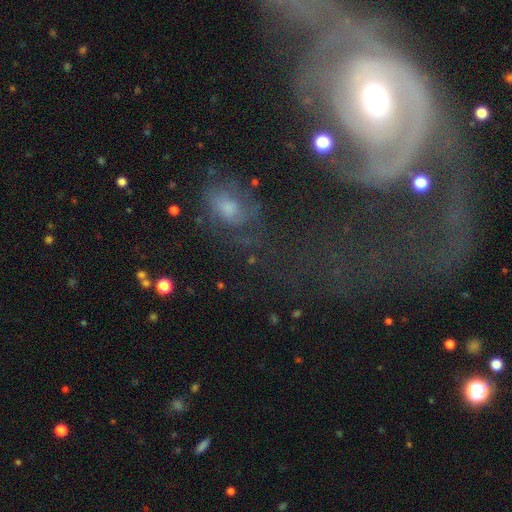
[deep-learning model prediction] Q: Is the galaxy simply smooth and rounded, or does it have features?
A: featured or disk — 66%.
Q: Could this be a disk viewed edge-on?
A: no — 93%.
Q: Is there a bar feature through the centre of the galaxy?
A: no — 63%.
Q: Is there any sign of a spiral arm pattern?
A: yes — 70%.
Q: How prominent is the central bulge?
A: moderate — 63%.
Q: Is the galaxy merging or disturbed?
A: major disturbance — 36%.